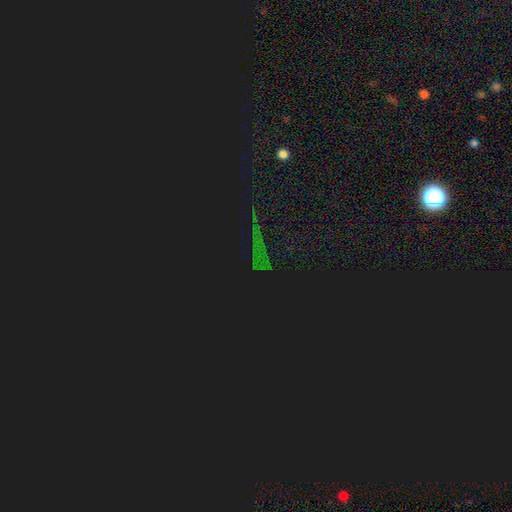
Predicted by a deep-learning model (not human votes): Smooth or featured?
  - star or artifact: 84% *
  - smooth: 9%
  - featured or disk: 7%